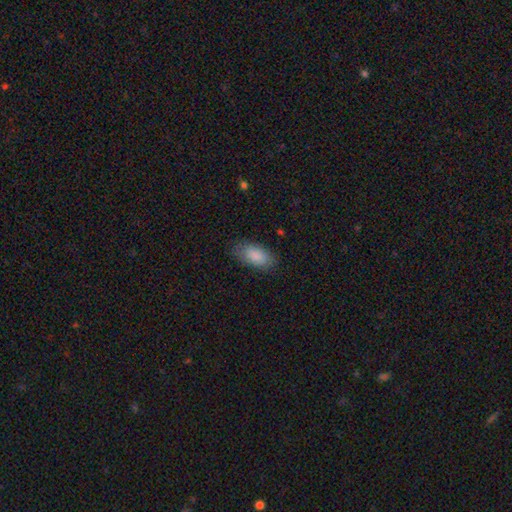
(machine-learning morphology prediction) smooth-or-featured: smooth: 88% | star or artifact: 6% | featured or disk: 6%
  how-rounded: in between: 93% | cigar-shaped: 5% | round: 3%
  merging: none: 82% | minor disturbance: 13% | major disturbance: 4% | merger: 1%